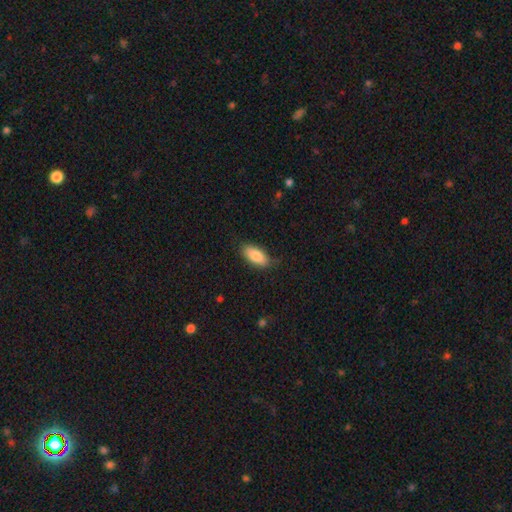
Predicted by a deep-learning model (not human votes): This appears to be a smooth galaxy with no disk features (86%) that is in between round and cigar-shaped (86%). Merging: none (80%).